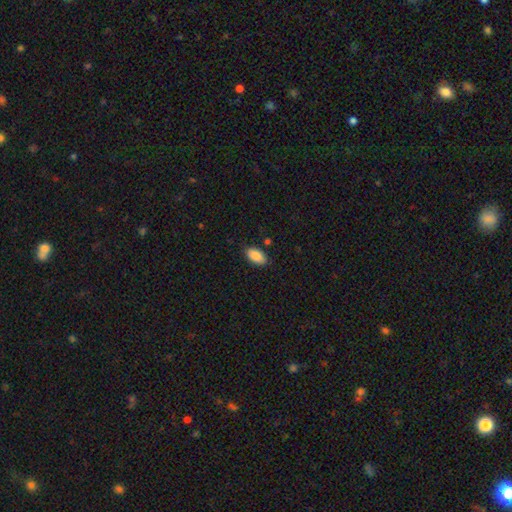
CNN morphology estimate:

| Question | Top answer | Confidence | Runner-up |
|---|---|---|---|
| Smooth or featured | smooth | 88% | star or artifact (7%) |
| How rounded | in between | 94% | cigar-shaped (4%) |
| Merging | none | 85% | minor disturbance (11%) |